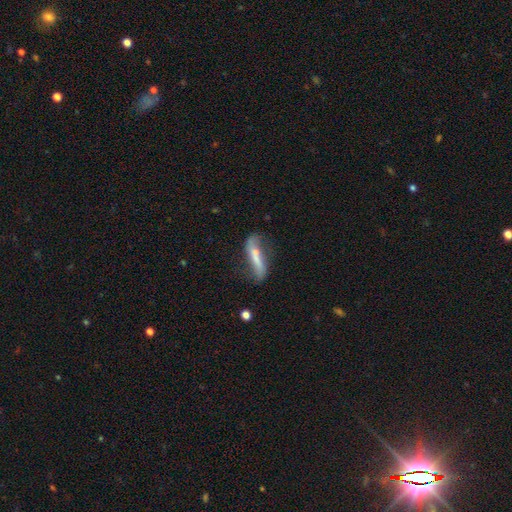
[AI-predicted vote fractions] A featured or disk galaxy (62%).

Vote fractions:
- Smooth or featured? featured or disk: 62% / smooth: 29% / star or artifact: 8%
- Edge-on disk? no: 64% / yes: 36%
- Merging? none: 55% / minor disturbance: 26% / major disturbance: 14% / merger: 5%